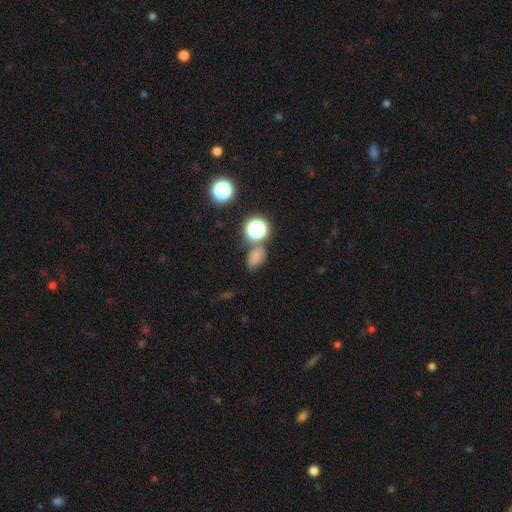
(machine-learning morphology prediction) A smooth galaxy with no disk features (62%) that is in between round and cigar-shaped (63%).

Vote fractions:
- Smooth or featured? smooth: 62% / star or artifact: 26% / featured or disk: 12%
- How rounded? in between: 63% / round: 36% / cigar-shaped: 2%
- Merging? none: 54% / minor disturbance: 21% / merger: 15% / major disturbance: 10%